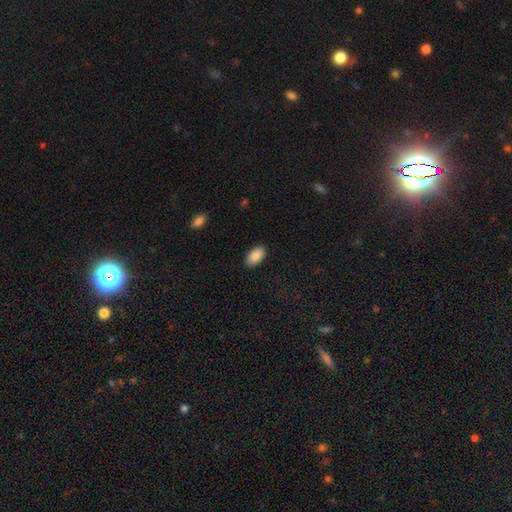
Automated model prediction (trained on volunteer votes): Smooth or featured?
  - smooth: 89% *
  - star or artifact: 7%
  - featured or disk: 5%
How rounded?
  - in between: 95% *
  - round: 3%
  - cigar-shaped: 2%
Merging?
  - none: 88% *
  - minor disturbance: 9%
  - major disturbance: 2%
  - merger: 1%